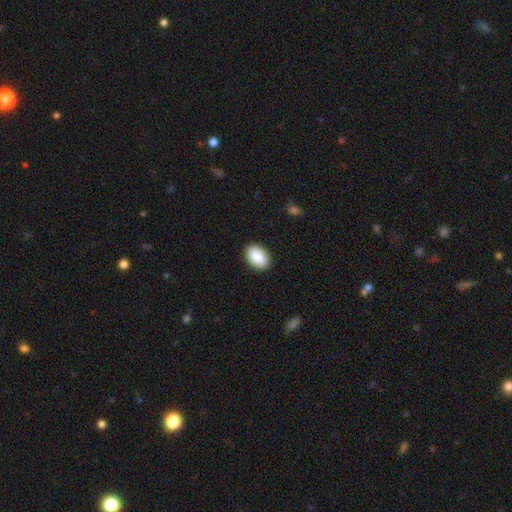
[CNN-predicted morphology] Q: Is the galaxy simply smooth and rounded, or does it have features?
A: smooth — 89%.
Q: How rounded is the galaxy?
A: in between — 89%.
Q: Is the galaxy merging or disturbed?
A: none — 90%.